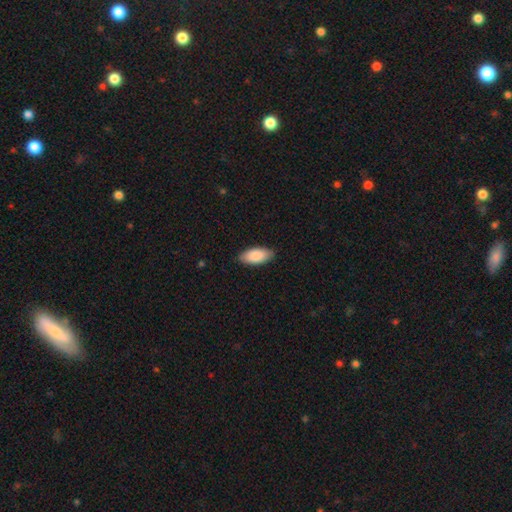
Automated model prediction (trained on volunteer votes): Overall: smooth (87%). How rounded: in between (92%). Merging: none (86%).